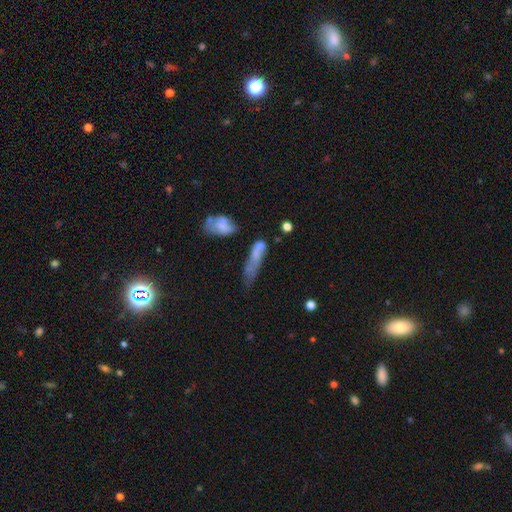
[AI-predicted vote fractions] Overall: smooth (63%; featured or disk 26%). How rounded: cigar-shaped (63%; in between 33%). Merging: major disturbance (32%; minor disturbance 27%).